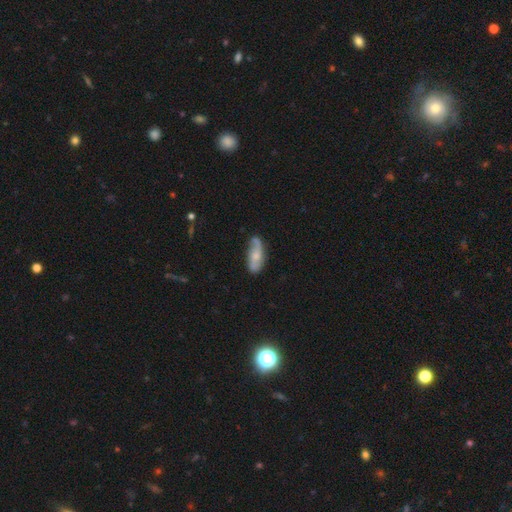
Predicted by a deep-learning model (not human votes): Overall: featured or disk (60%; smooth 34%). Edge-on disk: no (90%). Bar: no (63%; weak 31%). Spiral arms: yes (88%). Bulge size: moderate (43%; small 41%). Merging: none (65%).